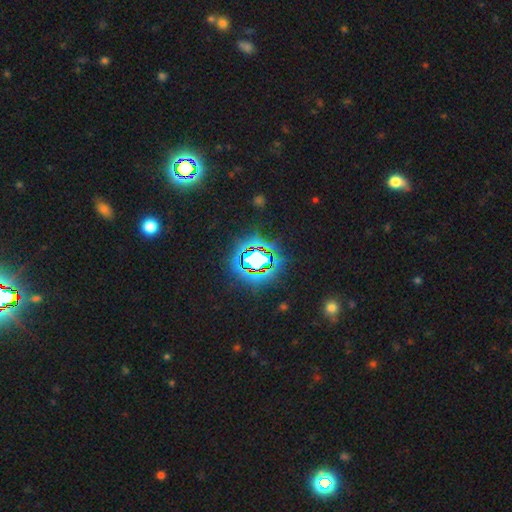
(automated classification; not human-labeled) This appears to be a star or artifact, not a galaxy (75%).